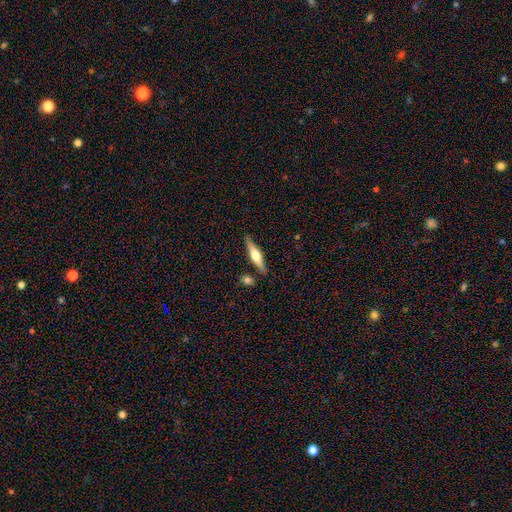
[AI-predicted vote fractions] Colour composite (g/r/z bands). It shows a featured or disk galaxy (57%) viewed edge-on (96%) with a rounded central bulge (90%). Merging: none (85%).